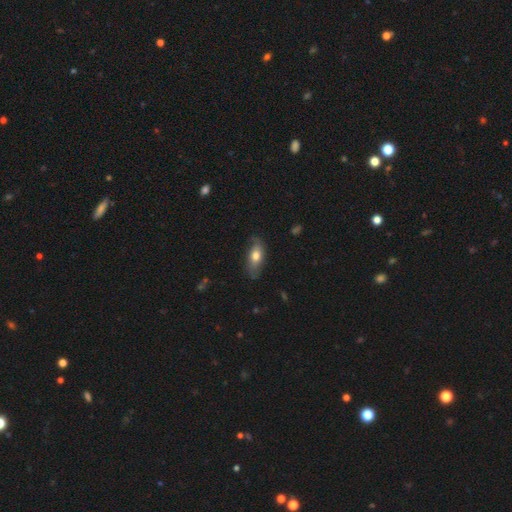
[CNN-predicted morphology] smooth_or_featured: smooth (p=0.59) [alt: featured or disk p=0.34]
how_rounded: in between (p=0.80) [alt: cigar-shaped p=0.16]
merging: none (p=0.69) [alt: minor disturbance p=0.24]